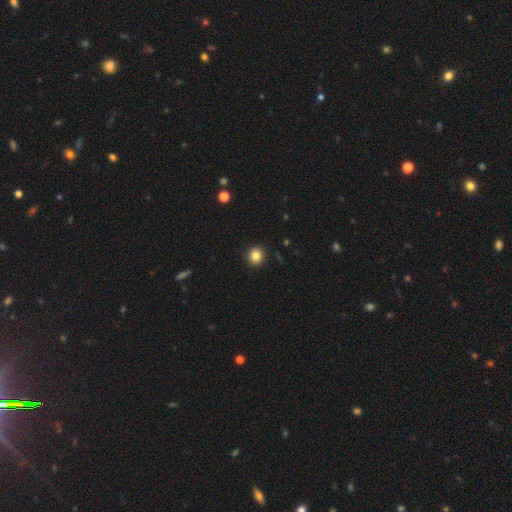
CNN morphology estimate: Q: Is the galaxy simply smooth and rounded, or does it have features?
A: smooth — 84%.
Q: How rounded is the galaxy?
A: round — 87%.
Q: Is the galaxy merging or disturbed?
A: none — 92%.